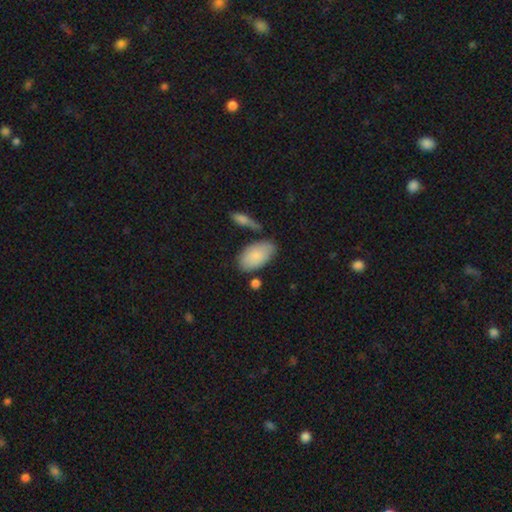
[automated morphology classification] type=smooth (85%); roundness=in between (94%); merging=none (69%).